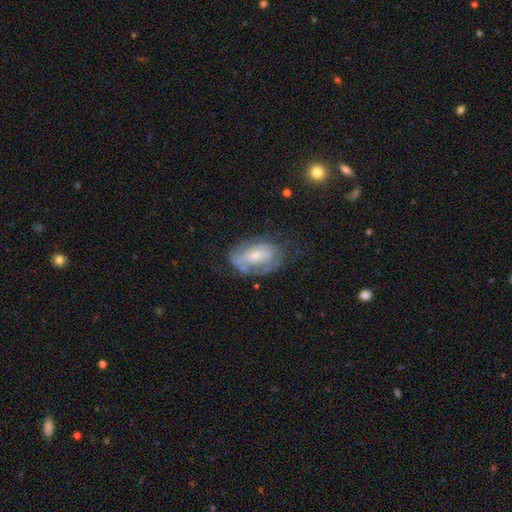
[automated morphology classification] Smooth or featured: featured or disk — 60% (smooth — 32%)
Edge-on disk: no — 95% (yes — 5%)
Bar: no — 61% (weak — 32%)
Spiral arms: yes — 65% (no — 35%)
Bulge size: small — 48% (moderate — 41%)
Merging: none — 53% (minor disturbance — 27%)